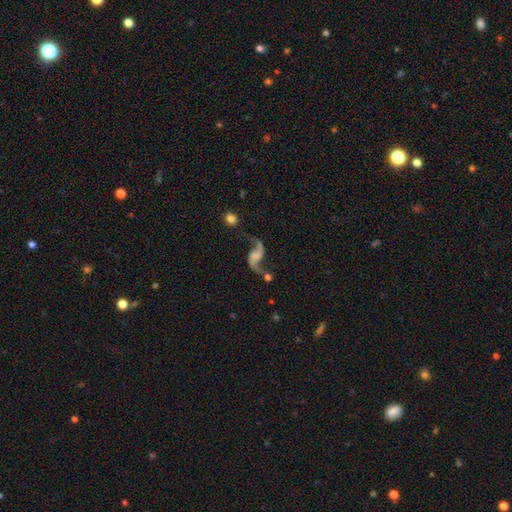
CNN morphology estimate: smooth_or_featured: featured or disk (p=0.89) [alt: star or artifact p=0.06]
disk_edge_on: no (p=0.97) [alt: yes p=0.03]
bar: no (p=0.57) [alt: weak p=0.32]
has_spiral_arms: yes (p=0.96) [alt: no p=0.04]
spiral_winding: loose (p=0.90) [alt: medium p=0.08]
spiral_arm_count: 2 (p=0.94) [alt: 1 p=0.02]
bulge_size: none (p=0.59) [alt: small p=0.16]
merging: none (p=0.65) [alt: minor disturbance p=0.15]